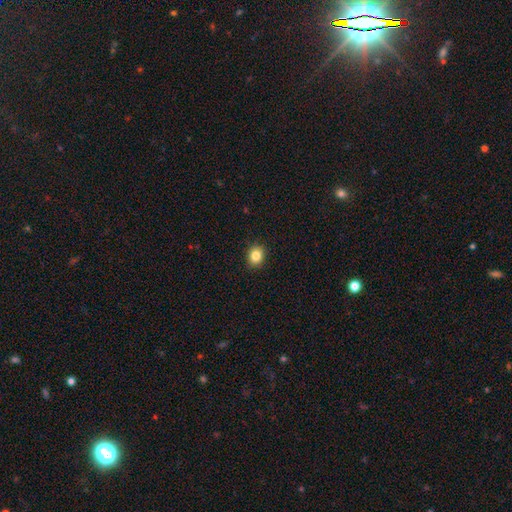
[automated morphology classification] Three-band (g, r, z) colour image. It shows a smooth galaxy with no disk features (84%) that is round (65%). Merging: none (91%).